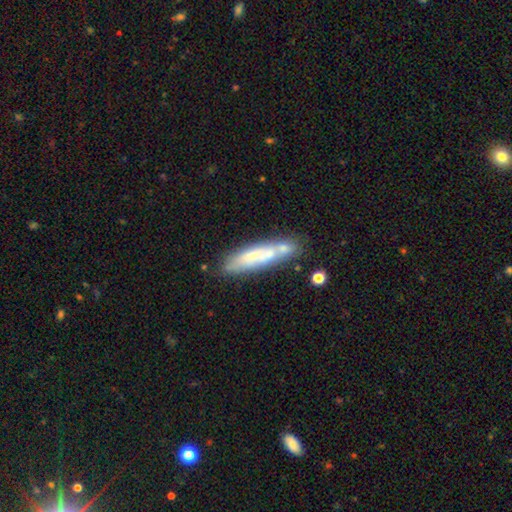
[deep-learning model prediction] Smooth or featured? smooth (54%)
How rounded? cigar-shaped (77%)
Merging? none (59%)